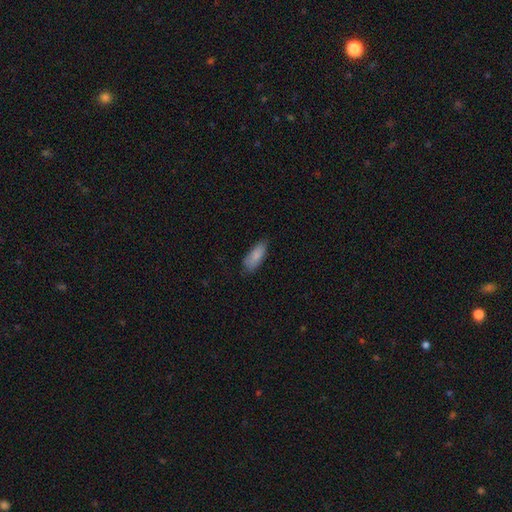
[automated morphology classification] smooth 85%, featured or disk 8%, star or artifact 7%. Down the decision tree: how rounded — in between (74%); merging — none (71%).